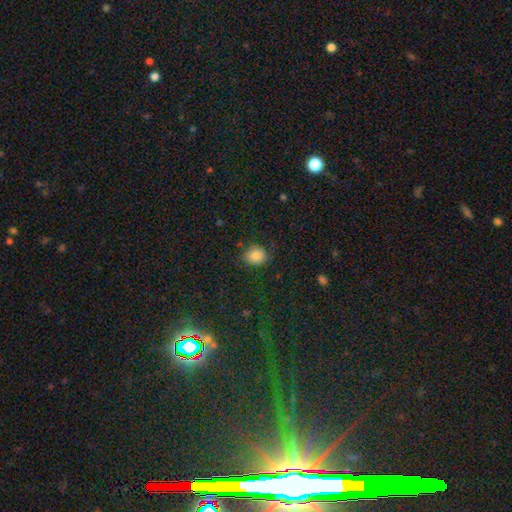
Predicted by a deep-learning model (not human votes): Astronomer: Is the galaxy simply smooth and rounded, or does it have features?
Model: smooth — 83%.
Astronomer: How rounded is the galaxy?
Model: round — 78%.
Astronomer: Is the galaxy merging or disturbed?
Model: none — 78%.